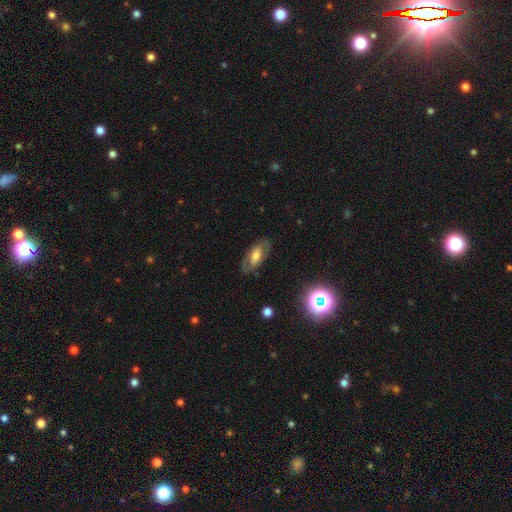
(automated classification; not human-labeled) A featured or disk galaxy (47%). Merging: none (77%).